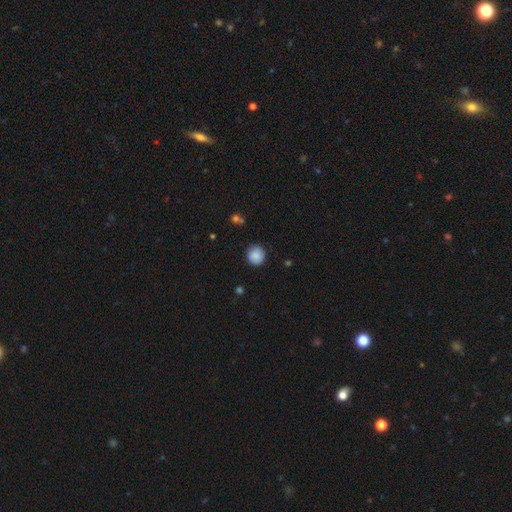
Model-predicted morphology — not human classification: This is clearly a smooth galaxy (87%). How rounded: clearly round (92%). Merging: clearly none (87%).